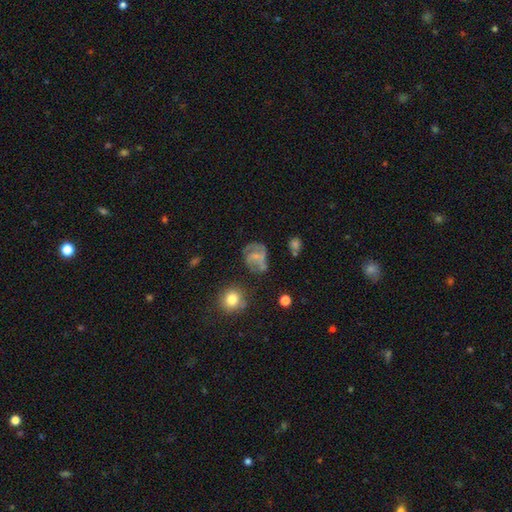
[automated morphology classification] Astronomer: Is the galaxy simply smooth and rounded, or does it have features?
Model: featured or disk — 64%.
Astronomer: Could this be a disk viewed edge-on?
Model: no — 98%.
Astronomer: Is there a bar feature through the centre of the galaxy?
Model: no — 60%.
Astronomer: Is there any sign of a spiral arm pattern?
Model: yes — 79%.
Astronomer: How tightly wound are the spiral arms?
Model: medium — 48% (runner-up: tight, 27%).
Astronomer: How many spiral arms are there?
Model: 2 — 39% (runner-up: can't tell, 24%).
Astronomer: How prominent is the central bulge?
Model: small — 67%.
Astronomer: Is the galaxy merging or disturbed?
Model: none — 44% (runner-up: major disturbance, 25%).